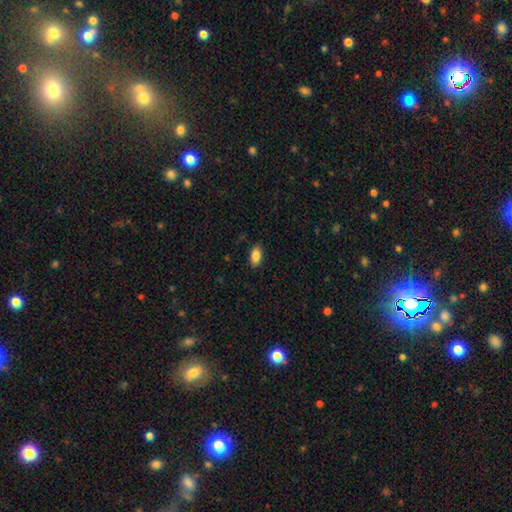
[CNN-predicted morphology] smooth_or_featured: smooth (p=0.87) [alt: star or artifact p=0.07]
how_rounded: in between (p=0.92) [alt: cigar-shaped p=0.05]
merging: none (p=0.87) [alt: minor disturbance p=0.09]